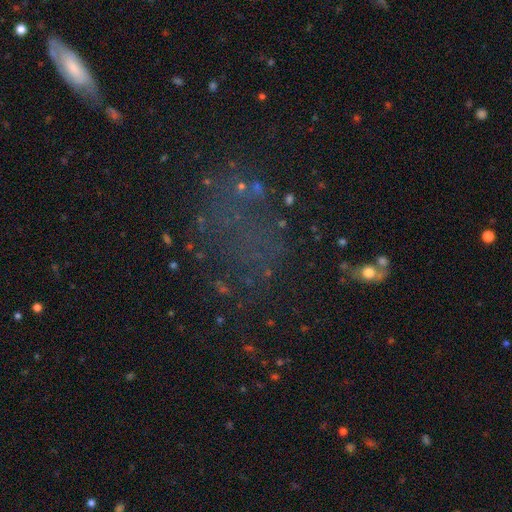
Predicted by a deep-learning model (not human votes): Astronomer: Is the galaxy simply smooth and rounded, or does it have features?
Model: star or artifact — 42% (runner-up: smooth, 30%).